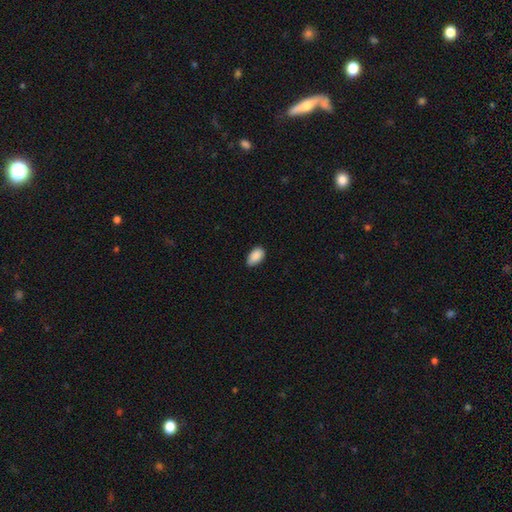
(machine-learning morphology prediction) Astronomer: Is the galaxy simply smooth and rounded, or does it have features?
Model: smooth — 90%.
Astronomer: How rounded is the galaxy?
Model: in between — 94%.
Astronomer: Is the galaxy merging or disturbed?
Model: none — 80%.